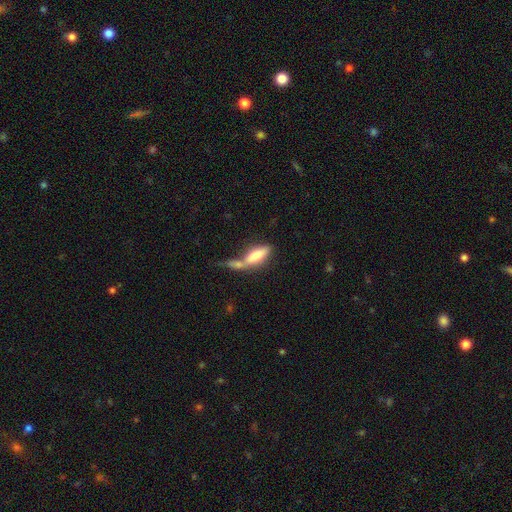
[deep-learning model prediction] Morphology: type=smooth (71%); roundness=in between (54%); merging=merger (54%).